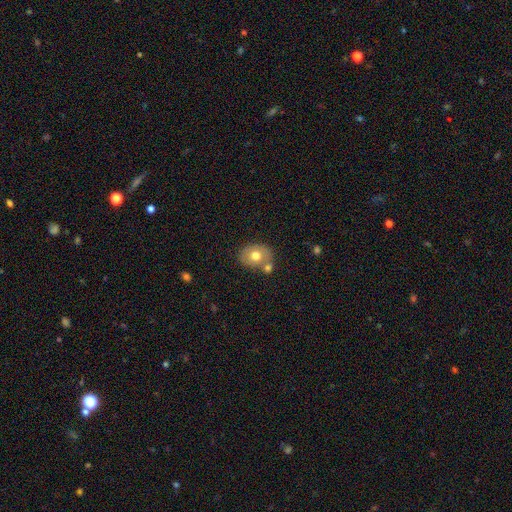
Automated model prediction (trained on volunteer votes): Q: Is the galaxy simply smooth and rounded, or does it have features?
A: smooth — 66%.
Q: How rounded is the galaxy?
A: in between — 51%.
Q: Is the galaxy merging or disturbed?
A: none — 59%.